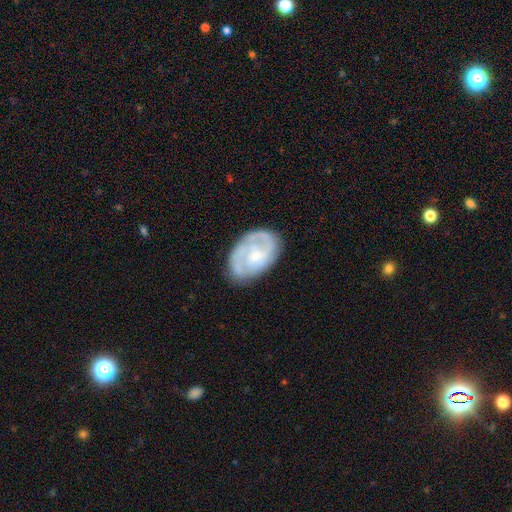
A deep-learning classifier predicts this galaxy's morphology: Smooth or featured? Predicted: featured or disk (p=0.73). Edge-on disk? Predicted: no (p=0.97). Bar? Predicted: no (p=0.65). Spiral arms? Predicted: yes (p=0.86). Spiral winding? Predicted: tight (p=0.49). Spiral arm count? Predicted: 2 (p=0.46). Bulge size? Predicted: small (p=0.63). Merging? Predicted: none (p=0.71).